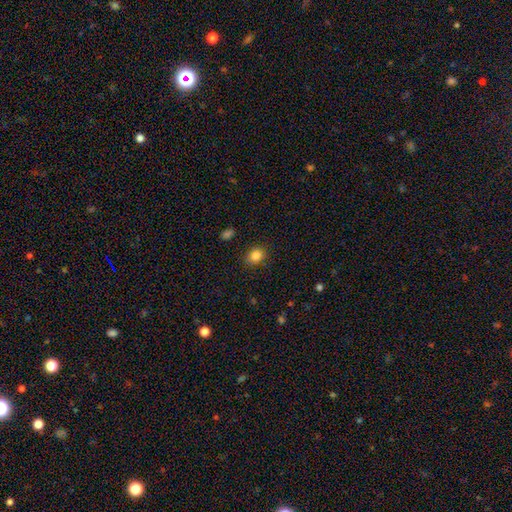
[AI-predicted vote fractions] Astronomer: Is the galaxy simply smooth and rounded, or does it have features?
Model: smooth — 85%.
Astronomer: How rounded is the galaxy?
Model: round — 56% (runner-up: in between, 44%).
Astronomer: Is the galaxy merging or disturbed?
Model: none — 86%.